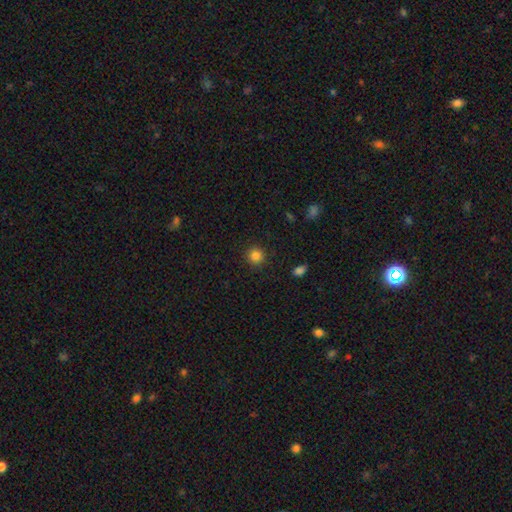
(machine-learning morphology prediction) A smooth galaxy with no disk features (84%) that is round (93%).

Vote fractions:
- Smooth or featured? smooth: 84% / star or artifact: 11% / featured or disk: 5%
- How rounded? round: 93% / in between: 6% / cigar-shaped: 1%
- Merging? none: 90% / minor disturbance: 7% / major disturbance: 2% / merger: 1%